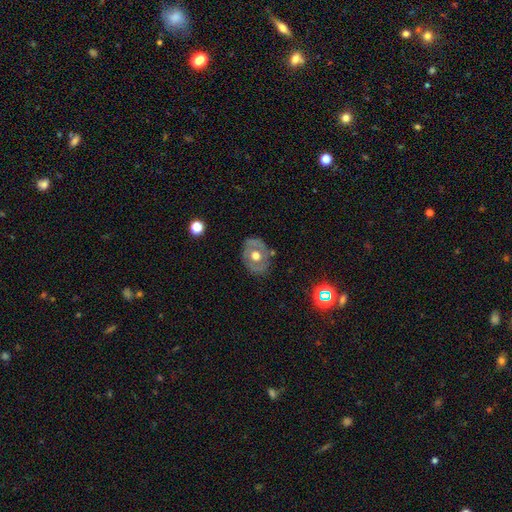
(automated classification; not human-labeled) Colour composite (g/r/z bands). It shows a featured or disk galaxy (54%) with no bar (86%), no spiral arms (79%) and a moderate central bulge (70%). Merging: none (75%).